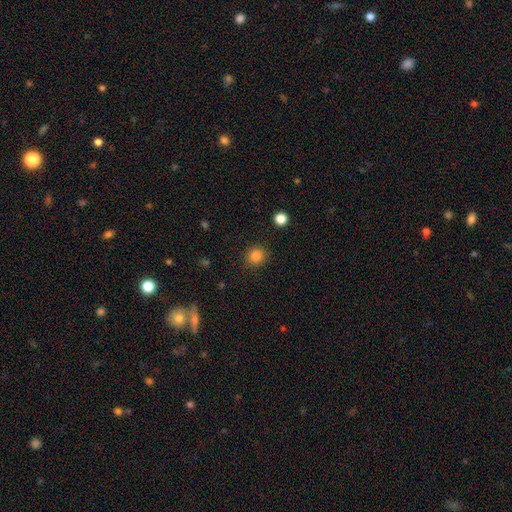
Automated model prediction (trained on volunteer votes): The model was most divided on "smooth or featured": smooth: 85%, star or artifact: 11%, featured or disk: 4%. More confident: merging — none (89%); how rounded — round (88%).